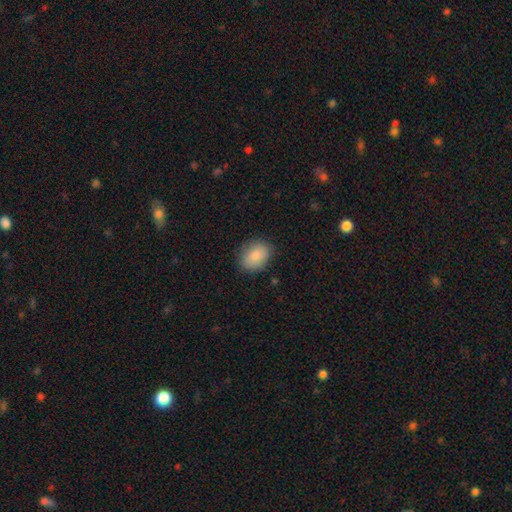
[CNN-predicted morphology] Smooth or featured? smooth (87%)
How rounded? in between (67%)
Merging? none (82%)